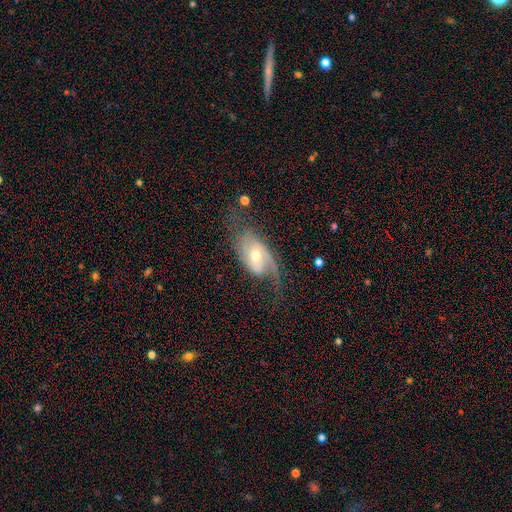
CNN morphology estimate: Smooth or featured: featured or disk — 83% (smooth — 11%)
Edge-on disk: no — 95% (yes — 5%)
Bar: no — 48% (weak — 39%)
Spiral arms: yes — 95% (no — 5%)
Spiral winding: medium — 42% (loose — 39%)
Spiral arm count: 2 — 69% (1 — 17%)
Bulge size: moderate — 60% (small — 34%)
Merging: none — 57% (minor disturbance — 21%)